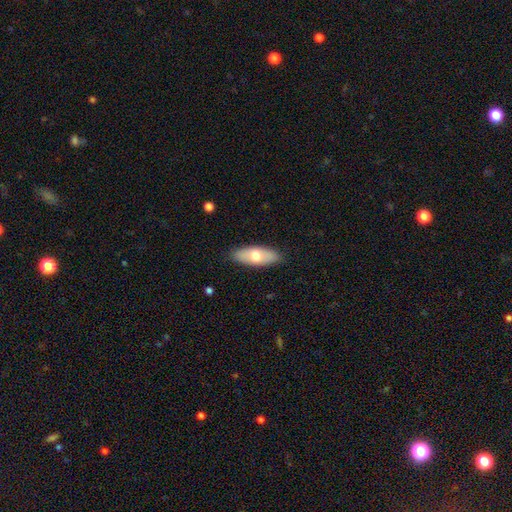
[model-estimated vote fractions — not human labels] Smooth or featured: smooth — 64% (featured or disk — 30%)
How rounded: in between — 76% (cigar-shaped — 21%)
Merging: none — 87% (minor disturbance — 10%)